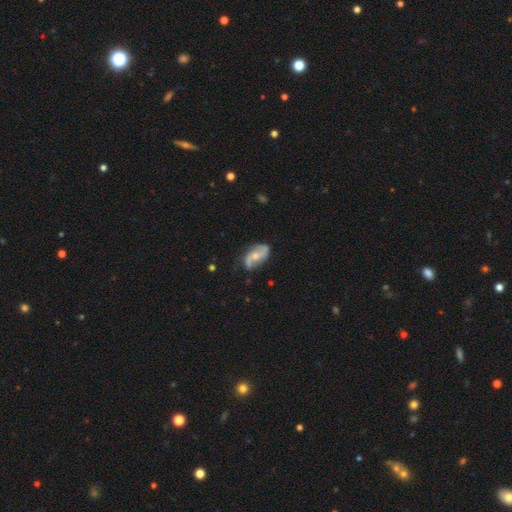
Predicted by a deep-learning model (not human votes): This is likely a featured or disk galaxy (74%). It is clearly not viewed edge-on (96%). Bar: possibly no (54%). Spiral arm pattern: clearly yes (91%). Spiral arm count: clearly 2 (88%). Spiral winding: possibly loose (56%). Central bulge: possibly moderate (52%). Merging: likely none (69%).